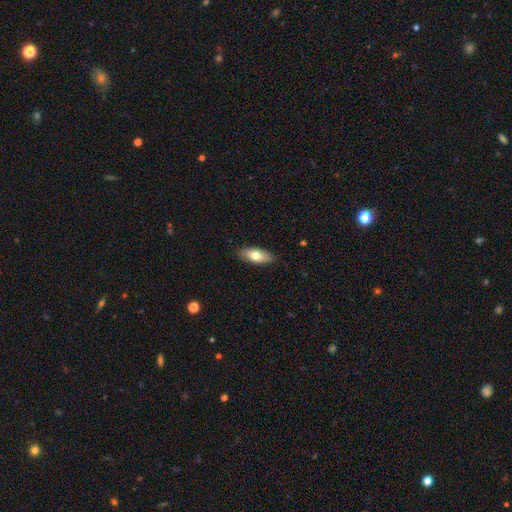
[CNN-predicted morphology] The model was most divided on "smooth or featured": smooth: 71%, featured or disk: 23%, star or artifact: 6%. More confident: merging — none (87%); how rounded — in between (81%).